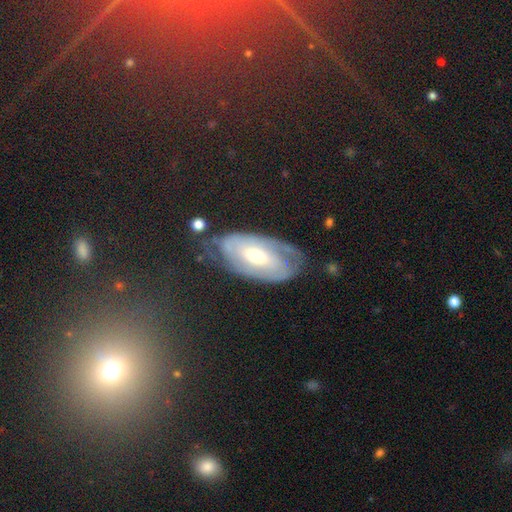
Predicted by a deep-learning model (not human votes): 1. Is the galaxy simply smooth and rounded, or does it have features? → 70% featured or disk, 23% smooth, 7% star or artifact.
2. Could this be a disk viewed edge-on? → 91% no, 9% yes.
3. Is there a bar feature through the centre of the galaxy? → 49% no, 37% weak, 14% strong.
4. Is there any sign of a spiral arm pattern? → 72% yes, 28% no.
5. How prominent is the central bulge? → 67% moderate, 19% small, 12% large, 1% dominant, 1% none.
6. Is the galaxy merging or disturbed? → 60% none, 25% minor disturbance, 13% major disturbance, 2% merger.